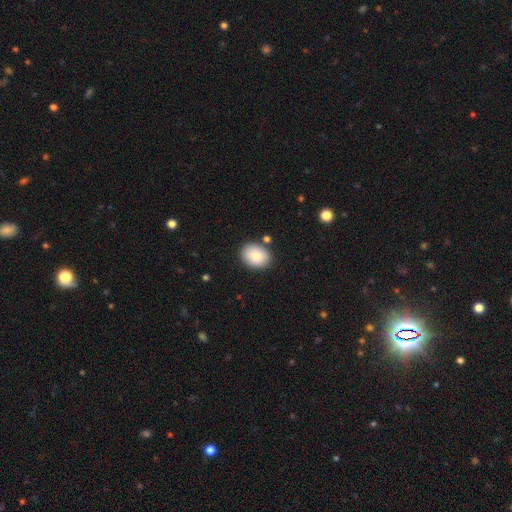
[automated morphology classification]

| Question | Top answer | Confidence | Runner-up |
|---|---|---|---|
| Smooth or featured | smooth | 84% | featured or disk (9%) |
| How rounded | in between | 66% | round (33%) |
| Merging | none | 82% | minor disturbance (12%) |